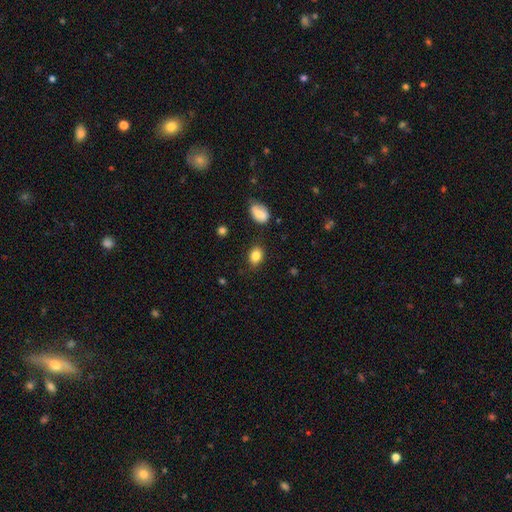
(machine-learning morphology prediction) Smooth or featured?
  - smooth: 84% *
  - star or artifact: 9%
  - featured or disk: 7%
How rounded?
  - in between: 72% *
  - round: 27%
  - cigar-shaped: 1%
Merging?
  - none: 83% *
  - minor disturbance: 12%
  - major disturbance: 3%
  - merger: 2%